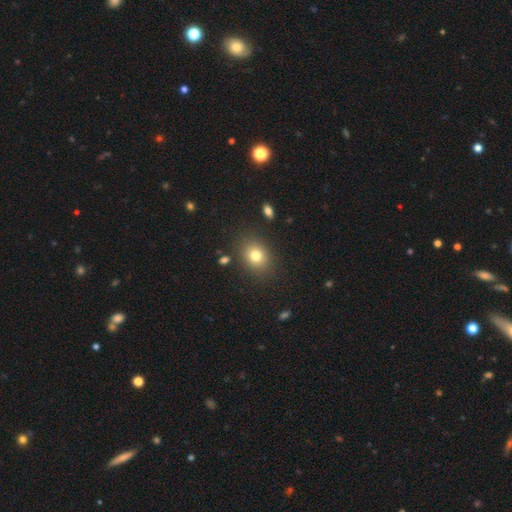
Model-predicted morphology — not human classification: smooth_or_featured: smooth (p=0.78) [alt: star or artifact p=0.12]
how_rounded: round (p=0.52) [alt: in between p=0.47]
merging: none (p=0.85) [alt: minor disturbance p=0.09]